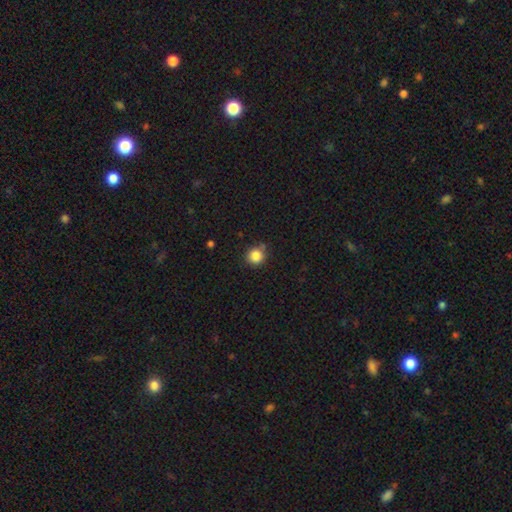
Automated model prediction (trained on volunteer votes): Smooth or featured?
  - smooth: 85% *
  - star or artifact: 11%
  - featured or disk: 4%
How rounded?
  - round: 92% *
  - in between: 7%
  - cigar-shaped: 1%
Merging?
  - none: 81% *
  - minor disturbance: 12%
  - merger: 4%
  - major disturbance: 3%